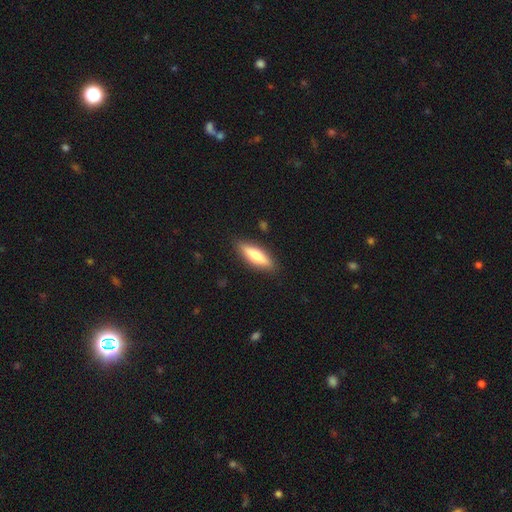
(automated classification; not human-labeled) A smooth galaxy with no disk features (65%) that is cigar-shaped (60%).

Vote fractions:
- Smooth or featured? smooth: 65% / featured or disk: 29% / star or artifact: 6%
- How rounded? cigar-shaped: 60% / in between: 38% / round: 2%
- Merging? none: 88% / minor disturbance: 9% / major disturbance: 2% / merger: 1%